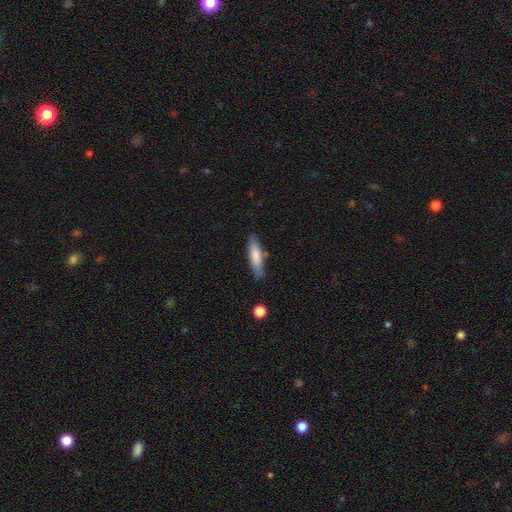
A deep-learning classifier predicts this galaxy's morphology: A smooth galaxy with no disk features (80%) that is cigar-shaped (66%).

Vote fractions:
- Smooth or featured? smooth: 80% / featured or disk: 14% / star or artifact: 6%
- How rounded? cigar-shaped: 66% / in between: 32% / round: 1%
- Merging? none: 80% / minor disturbance: 14% / merger: 3% / major disturbance: 3%